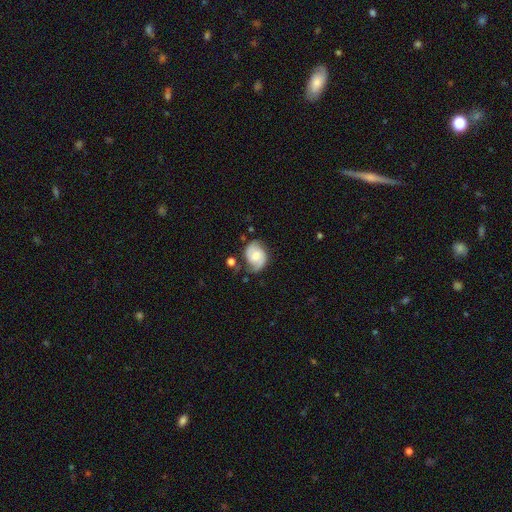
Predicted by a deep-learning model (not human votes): smooth_or_featured: featured or disk (p=0.66) [alt: smooth p=0.27]
disk_edge_on: no (p=0.98) [alt: yes p=0.02]
bar: no (p=0.55) [alt: weak p=0.38]
has_spiral_arms: yes (p=0.93) [alt: no p=0.07]
spiral_winding: medium (p=0.45) [alt: tight p=0.31]
spiral_arm_count: 2 (p=0.83) [alt: can't tell p=0.07]
bulge_size: moderate (p=0.42) [alt: small p=0.38]
merging: none (p=0.60) [alt: minor disturbance p=0.25]